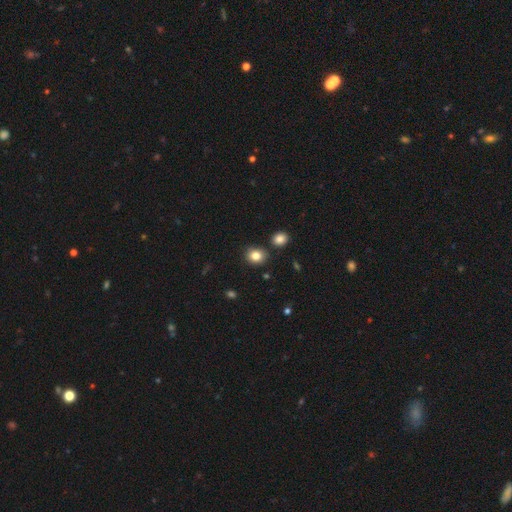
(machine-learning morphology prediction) type=smooth (84%); roundness=round (71%); merging=none (83%).